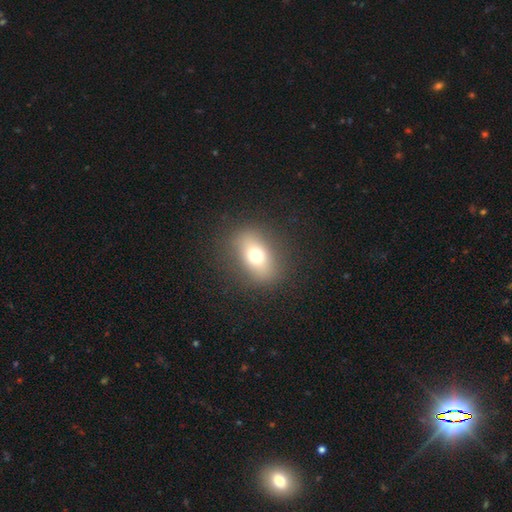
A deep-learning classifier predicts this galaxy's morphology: smooth-or-featured: smooth: 69% | featured or disk: 19% | star or artifact: 12%
  how-rounded: in between: 73% | round: 24% | cigar-shaped: 3%
  merging: none: 85% | minor disturbance: 10% | major disturbance: 5% | merger: 1%